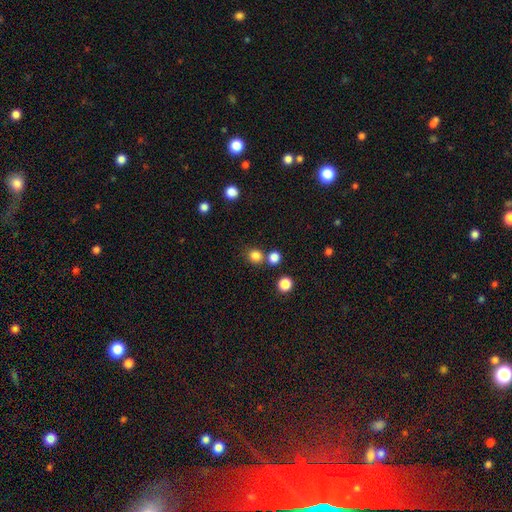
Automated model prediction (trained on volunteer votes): Smooth or featured? smooth (82%)
How rounded? round (86%)
Merging? none (71%)